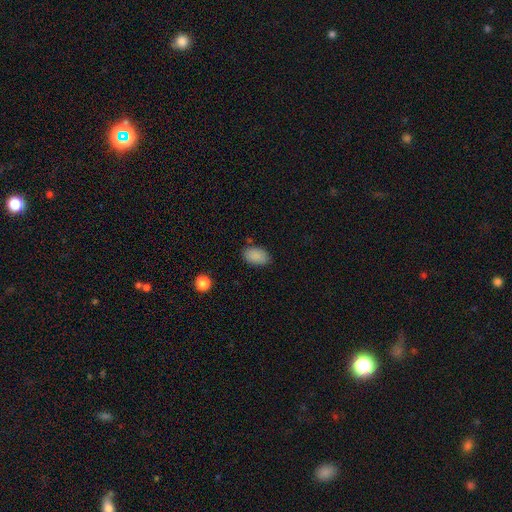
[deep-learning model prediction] This appears to be a smooth galaxy with no disk features (87%) that is in between round and cigar-shaped (88%). Merging: none (79%).